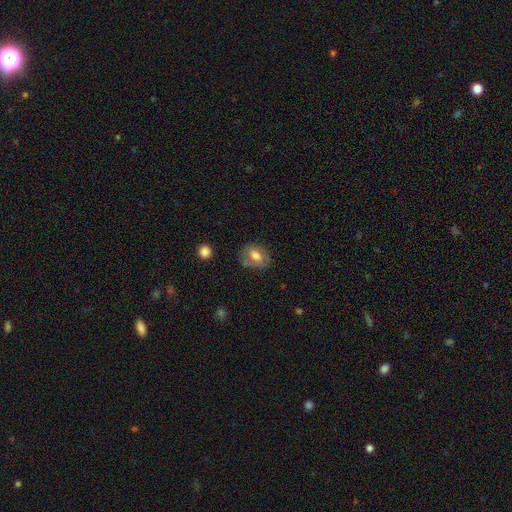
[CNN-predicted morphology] smooth_or_featured: smooth (p=0.69) [alt: featured or disk p=0.23]
how_rounded: in between (p=0.66) [alt: round p=0.33]
merging: none (p=0.68) [alt: minor disturbance p=0.22]